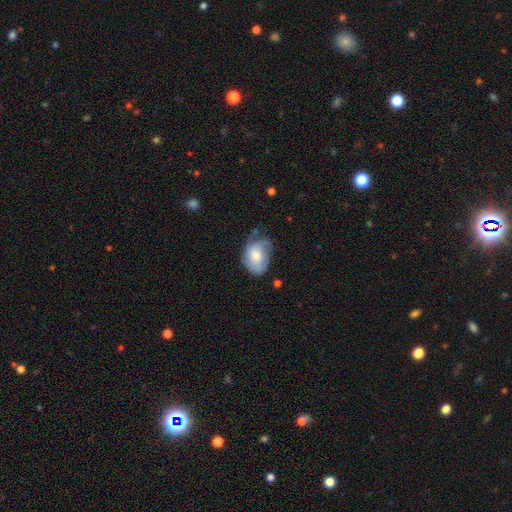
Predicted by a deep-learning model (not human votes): smooth 48%, featured or disk 45%, star or artifact 7%. Down the decision tree: merging — none (45%).